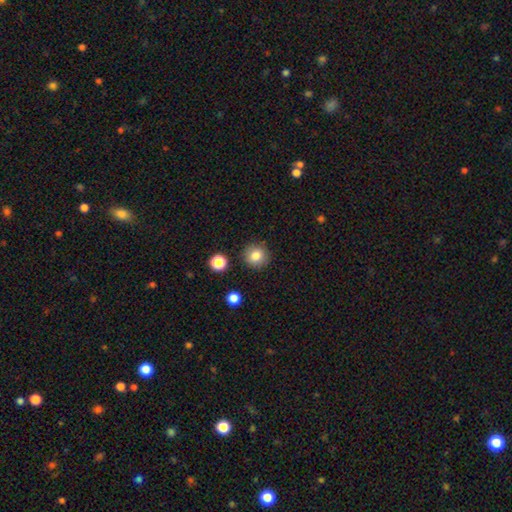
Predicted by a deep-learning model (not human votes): Smooth or featured? smooth (83%)
How rounded? round (92%)
Merging? none (88%)